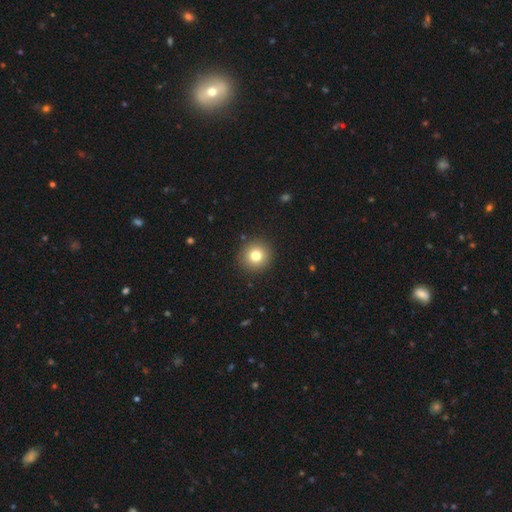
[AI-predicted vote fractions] Q: Smooth or featured?
A: smooth (78%); runner-up: star or artifact (12%)
Q: How rounded?
A: round (94%); runner-up: in between (5%)
Q: Merging?
A: none (92%); runner-up: minor disturbance (5%)